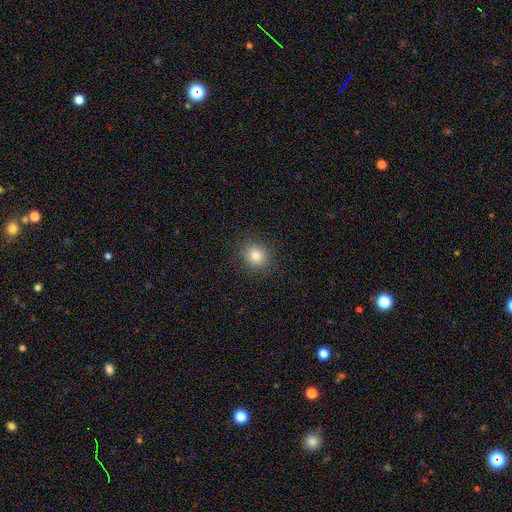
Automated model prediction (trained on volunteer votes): Smooth or featured? Predicted: smooth (p=0.83). How rounded? Predicted: round (p=0.84). Merging? Predicted: none (p=0.90).